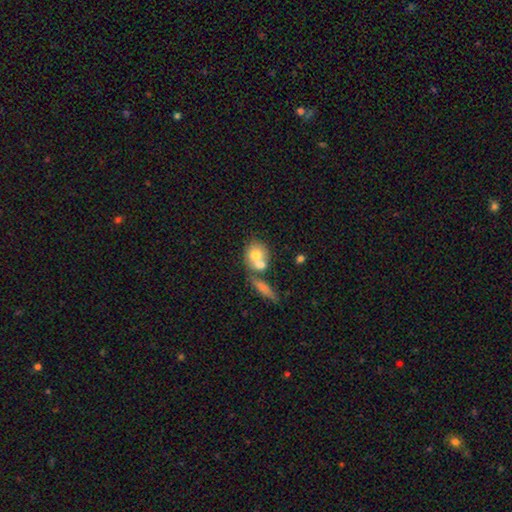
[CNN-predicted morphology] A smooth galaxy with no disk features (71%) that is round (66%). Merging: merger (51%).